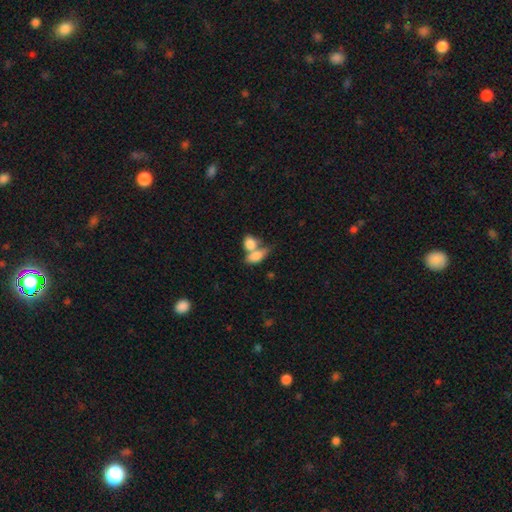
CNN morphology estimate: Smooth or featured: smooth — 79% (featured or disk — 14%)
How rounded: in between — 80% (round — 12%)
Merging: merger — 58% (none — 28%)